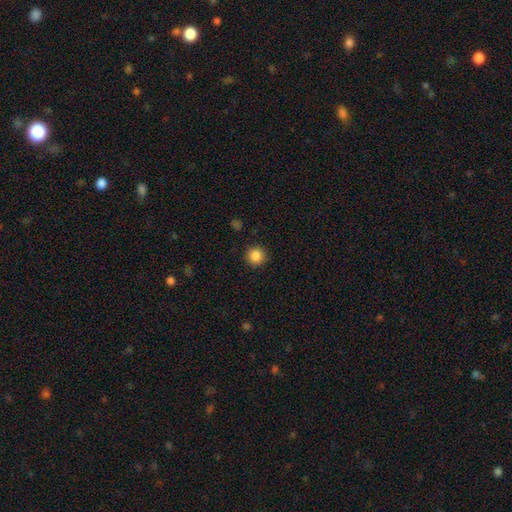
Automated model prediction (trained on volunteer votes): Morphology: type=smooth (86%); roundness=round (95%); merging=none (92%).